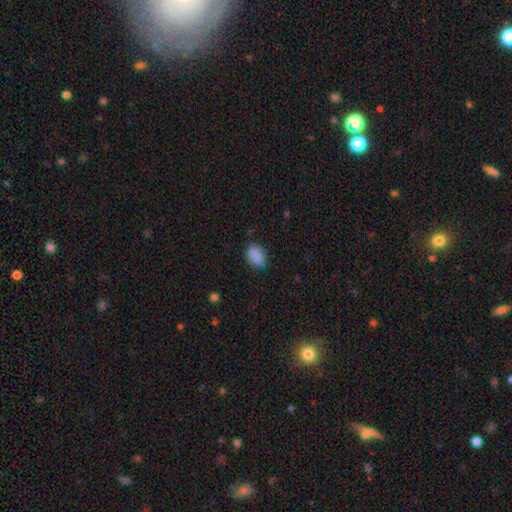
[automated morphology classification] smooth_or_featured: smooth (p=0.87) [alt: star or artifact p=0.09]
how_rounded: in between (p=0.85) [alt: round p=0.13]
merging: none (p=0.78) [alt: minor disturbance p=0.17]